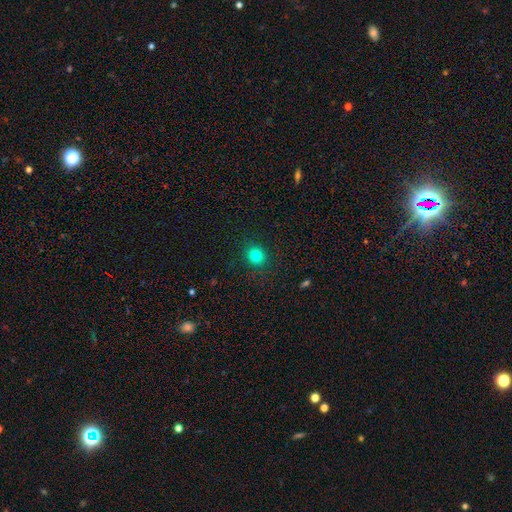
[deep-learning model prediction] smooth_or_featured: smooth (p=0.81) [alt: star or artifact p=0.13]
how_rounded: round (p=0.84) [alt: in between p=0.15]
merging: none (p=0.90) [alt: minor disturbance p=0.07]